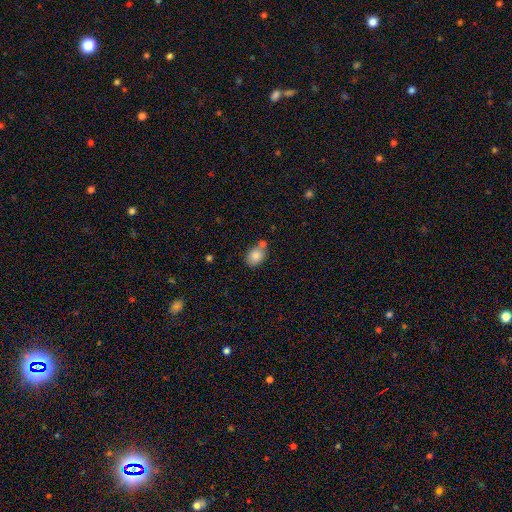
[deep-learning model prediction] This appears to be a smooth galaxy with no disk features (84%) that is in between round and cigar-shaped (58%). Merging: none (59%).